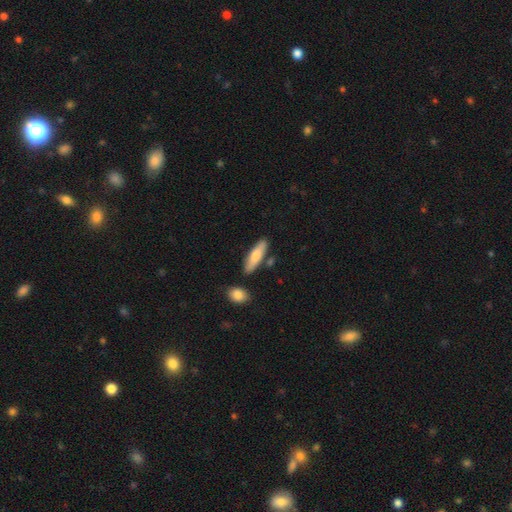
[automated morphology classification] This appears to be a smooth galaxy with no disk features (76%) that is cigar-shaped (58%). Merging: none (80%).